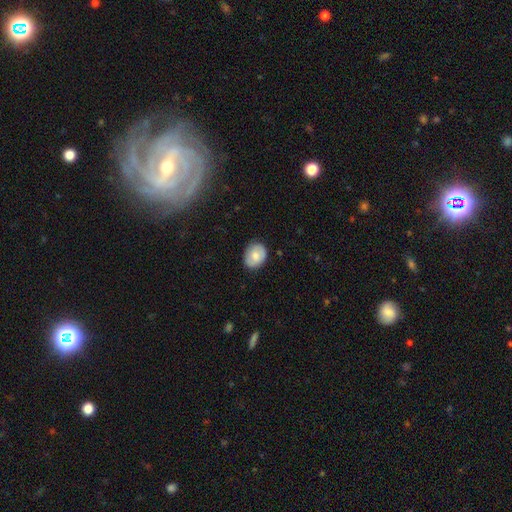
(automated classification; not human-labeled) Smooth or featured?
  - smooth: 72% *
  - featured or disk: 21%
  - star or artifact: 7%
How rounded?
  - in between: 53% *
  - round: 46%
  - cigar-shaped: 1%
Merging?
  - none: 81% *
  - minor disturbance: 15%
  - major disturbance: 3%
  - merger: 1%